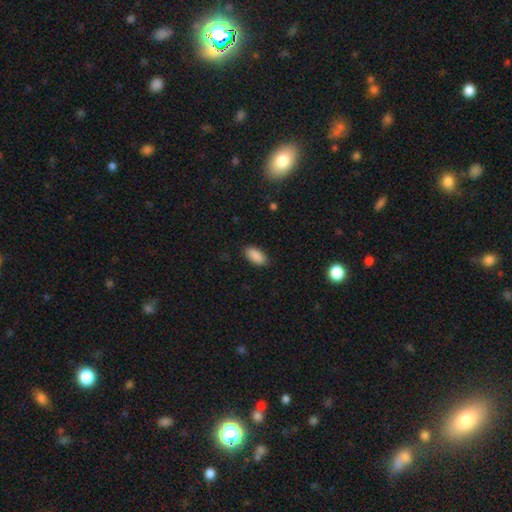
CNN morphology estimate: Q: Smooth or featured?
A: smooth (90%); runner-up: star or artifact (7%)
Q: How rounded?
A: in between (91%); runner-up: cigar-shaped (6%)
Q: Merging?
A: none (87%); runner-up: minor disturbance (10%)